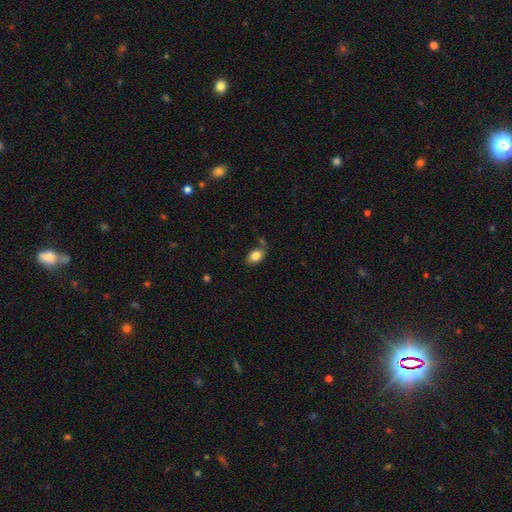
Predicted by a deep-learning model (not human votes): smooth 82%, featured or disk 10%, star or artifact 8%. Down the decision tree: how rounded — in between (88%); merging — none (69%).